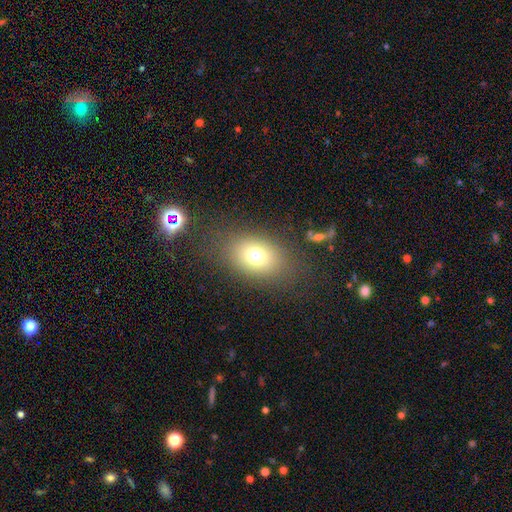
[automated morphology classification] Smooth or featured?
  - smooth: 74% *
  - featured or disk: 13%
  - star or artifact: 13%
How rounded?
  - in between: 72% *
  - round: 27%
  - cigar-shaped: 1%
Merging?
  - none: 77% *
  - minor disturbance: 12%
  - major disturbance: 8%
  - merger: 2%